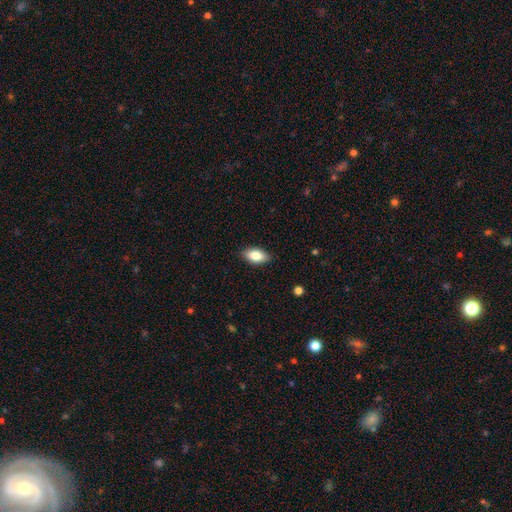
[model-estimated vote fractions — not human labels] Morphology: type=smooth (82%); roundness=in between (92%); merging=none (87%).